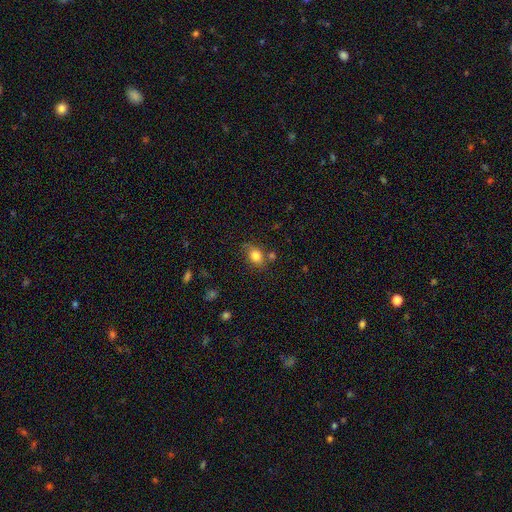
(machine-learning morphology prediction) Smooth or featured: smooth — 81% (star or artifact — 10%)
How rounded: in between — 64% (round — 34%)
Merging: none — 66% (minor disturbance — 21%)